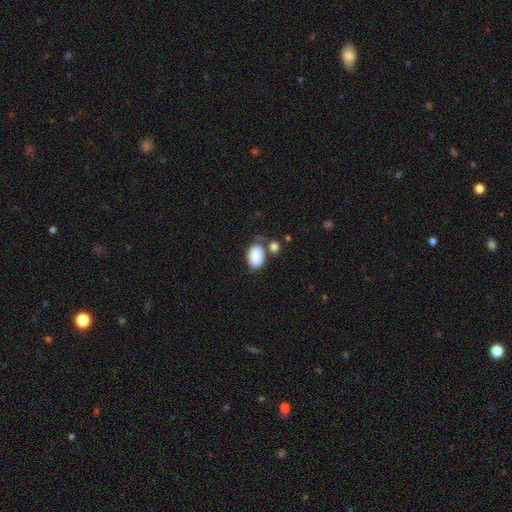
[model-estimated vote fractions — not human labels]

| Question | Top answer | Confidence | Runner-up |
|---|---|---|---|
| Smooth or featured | smooth | 87% | star or artifact (8%) |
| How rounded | in between | 85% | round (13%) |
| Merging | none | 52% | merger (21%) |